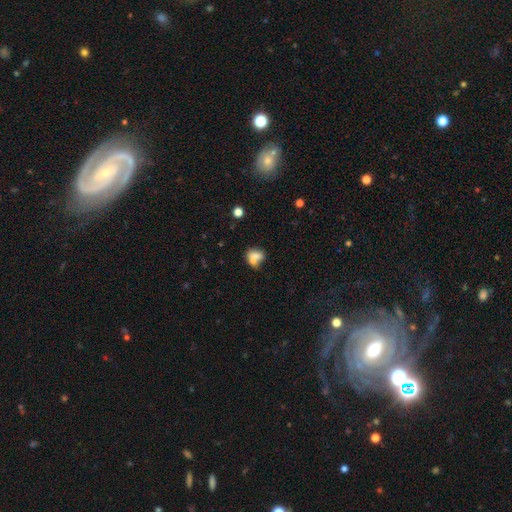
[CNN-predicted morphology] This appears to be a smooth galaxy with no disk features (73%) that is in between round and cigar-shaped (54%). Merging: merger (41%).